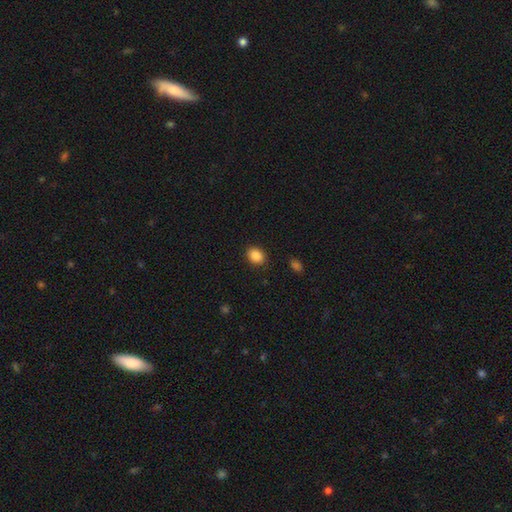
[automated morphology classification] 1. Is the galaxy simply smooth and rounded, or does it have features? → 87% smooth, 9% star or artifact, 4% featured or disk.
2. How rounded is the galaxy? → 56% in between, 43% round, 1% cigar-shaped.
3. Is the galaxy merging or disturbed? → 88% none, 8% minor disturbance, 2% major disturbance, 1% merger.